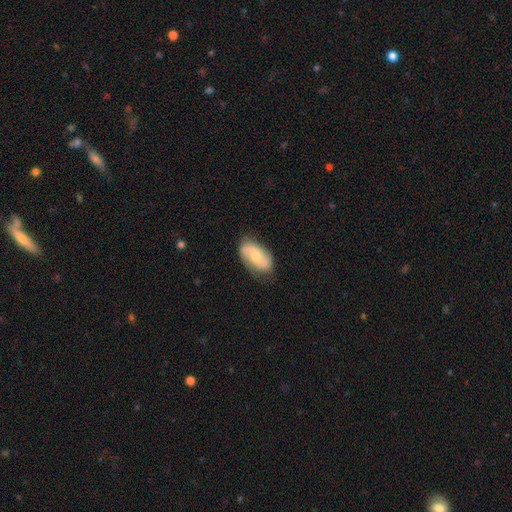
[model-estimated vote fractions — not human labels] A featured or disk galaxy (55%) with no bar (60%), spiral arms (87%) and a moderate central bulge (49%). Merging: none (75%).